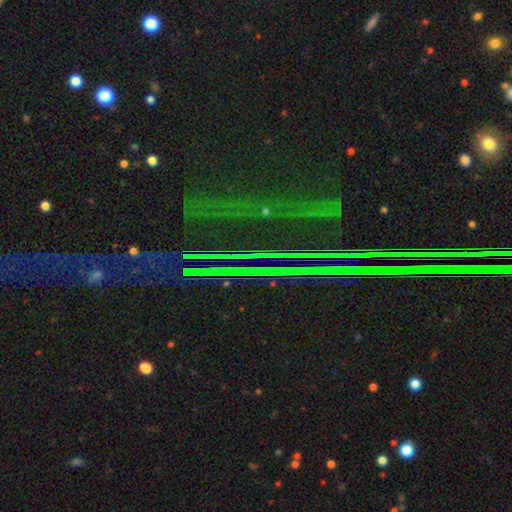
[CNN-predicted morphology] smooth_or_featured: star or artifact (p=0.86) [alt: featured or disk p=0.07]